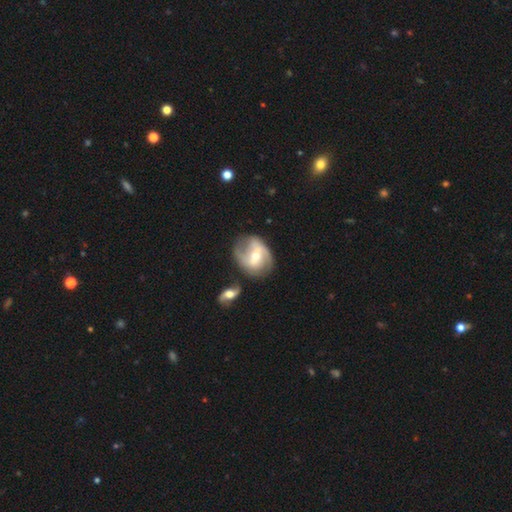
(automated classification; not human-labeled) smooth-or-featured: featured or disk: 76% | smooth: 19% | star or artifact: 6%
  disk-edge-on: no: 96% | yes: 4%
    bar: weak: 44% | strong: 33% | no: 23%
    has-spiral-arms: yes: 86% | no: 14%
      spiral-winding: medium: 42% | loose: 35% | tight: 22%
      spiral-arm-count: 2: 76% | can't tell: 12% | 3: 5% | 1: 5% | 4: 1% | more than 4: 1%
    bulge-size: moderate: 62% | small: 33% | large: 4% | none: 1% | dominant: 1%
  merging: none: 59% | minor disturbance: 21% | merger: 10% | major disturbance: 10%